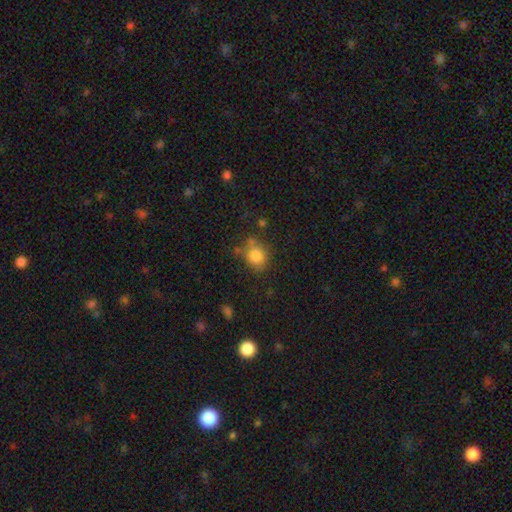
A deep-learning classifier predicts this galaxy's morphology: Overall: smooth (82%). How rounded: round (67%; in between 32%). Merging: none (65%).